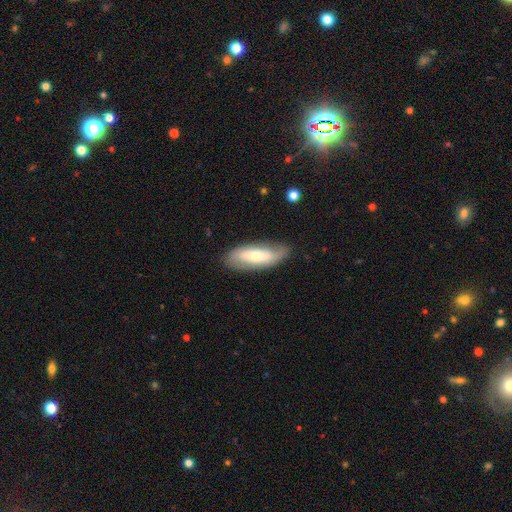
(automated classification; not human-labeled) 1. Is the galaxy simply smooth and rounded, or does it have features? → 51% smooth, 43% featured or disk, 6% star or artifact.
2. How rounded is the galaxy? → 70% in between, 27% cigar-shaped, 2% round.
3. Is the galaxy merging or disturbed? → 76% none, 18% minor disturbance, 5% major disturbance, 2% merger.